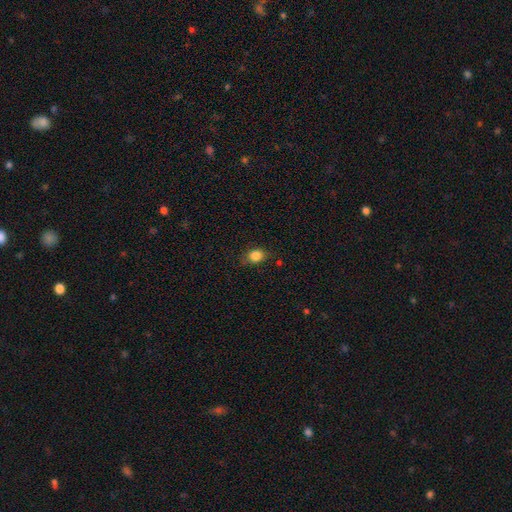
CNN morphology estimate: Smooth or featured?
  - smooth: 84% *
  - star or artifact: 10%
  - featured or disk: 6%
How rounded?
  - round: 50% *
  - in between: 48%
  - cigar-shaped: 1%
Merging?
  - none: 75% *
  - minor disturbance: 19%
  - major disturbance: 4%
  - merger: 1%